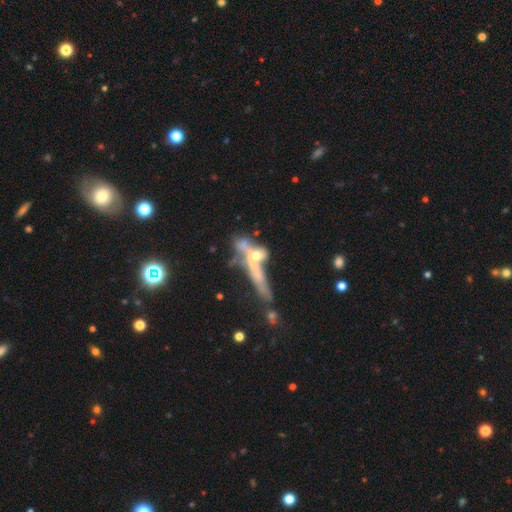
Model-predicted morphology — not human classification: Q: Smooth or featured?
A: featured or disk (59%); runner-up: smooth (26%)
Q: Edge-on disk?
A: yes (62%); runner-up: no (38%)
Q: Merging?
A: merger (41%); runner-up: none (27%)